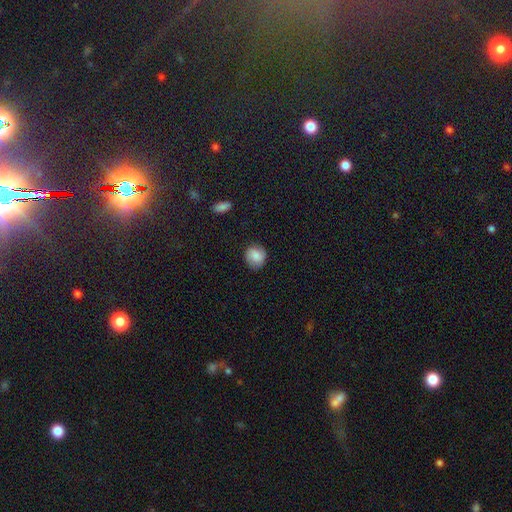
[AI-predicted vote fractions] Smooth or featured? smooth (83%)
How rounded? round (83%)
Merging? none (83%)